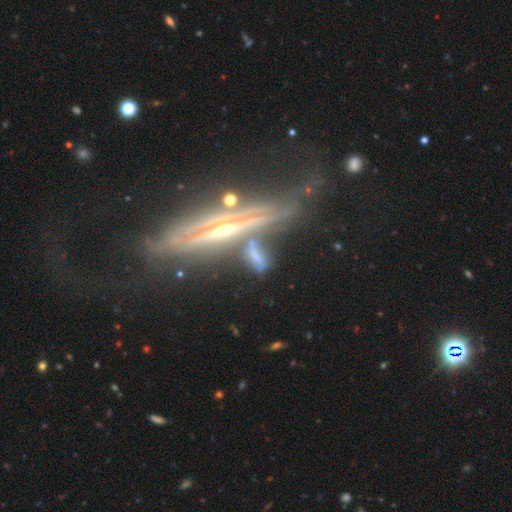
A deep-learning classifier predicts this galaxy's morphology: featured or disk 53%, smooth 31%, star or artifact 16%. Down the decision tree: edge-on disk — yes (70%); merging — none (52%).